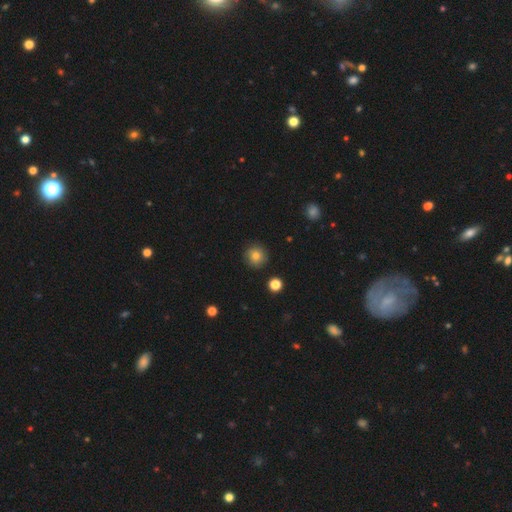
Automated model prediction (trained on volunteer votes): Smooth or featured?
  - smooth: 76% *
  - star or artifact: 12%
  - featured or disk: 12%
How rounded?
  - round: 94% *
  - in between: 5%
  - cigar-shaped: 1%
Merging?
  - none: 89% *
  - minor disturbance: 8%
  - major disturbance: 2%
  - merger: 2%